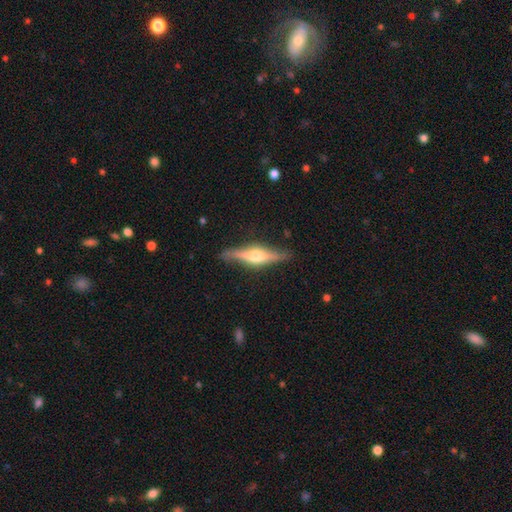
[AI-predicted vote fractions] featured or disk 72%, smooth 23%, star or artifact 5%. Down the decision tree: edge-on disk — yes (95%); edge-on bulge — rounded (89%); merging — none (82%).